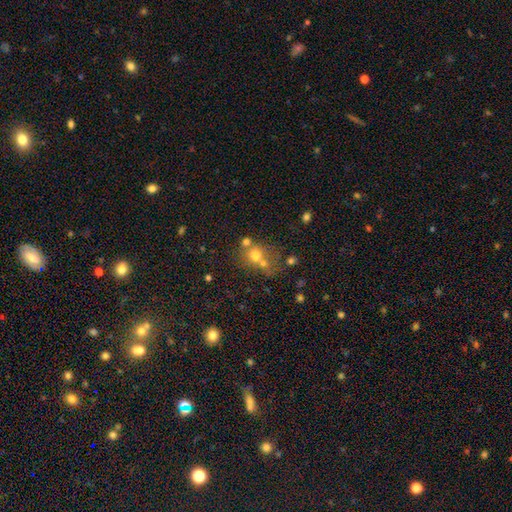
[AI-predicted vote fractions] A smooth galaxy with no disk features (60%) that is round (76%). Merging: merger (43%).